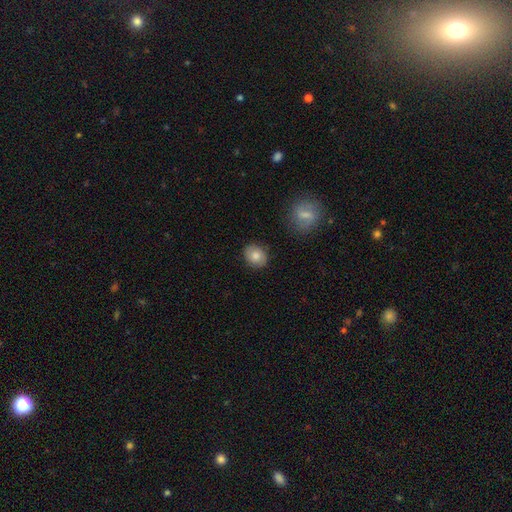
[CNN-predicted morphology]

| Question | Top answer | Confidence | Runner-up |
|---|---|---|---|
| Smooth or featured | smooth | 78% | featured or disk (14%) |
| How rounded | round | 59% | in between (40%) |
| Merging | none | 85% | minor disturbance (11%) |